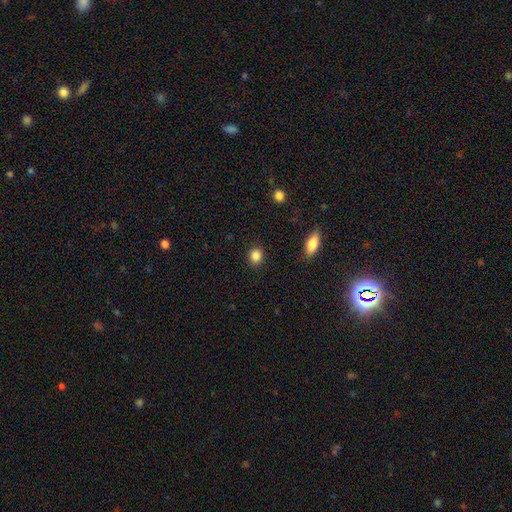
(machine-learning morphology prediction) Smooth or featured? Predicted: smooth (p=0.87). How rounded? Predicted: round (p=0.81). Merging? Predicted: none (p=0.91).